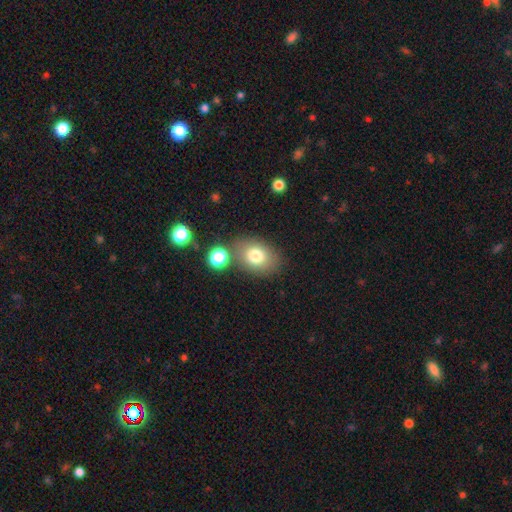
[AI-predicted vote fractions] The model was most divided on "how rounded": in between: 69%, round: 30%, cigar-shaped: 1%. More confident: smooth or featured — smooth (77%); merging — none (75%).